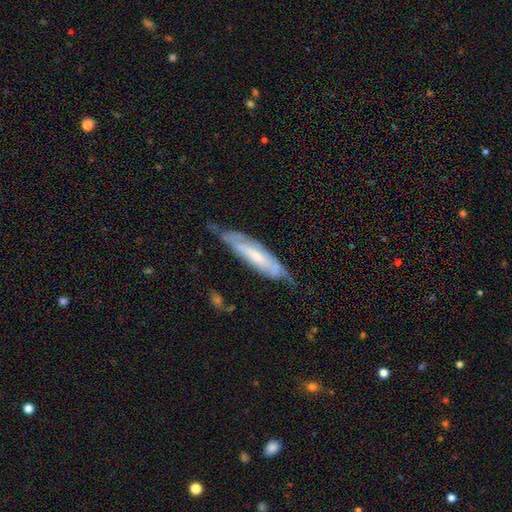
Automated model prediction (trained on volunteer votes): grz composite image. It shows a featured or disk galaxy (63%). Merging: none (61%).